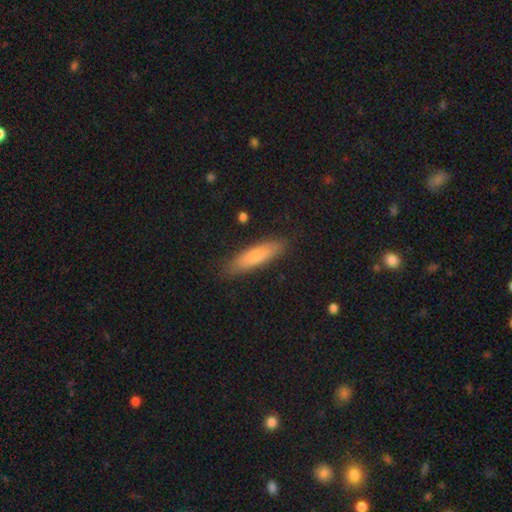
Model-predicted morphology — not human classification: Smooth or featured? Predicted: smooth (p=0.78). How rounded? Predicted: cigar-shaped (p=0.71). Merging? Predicted: none (p=0.85).